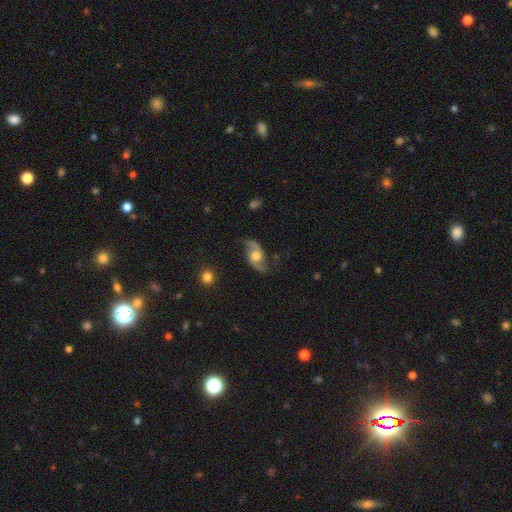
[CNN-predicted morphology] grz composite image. It shows a featured or disk galaxy (80%) with no bar (68%), 2 (92%) loose (59%) spiral arms (93%) and a moderate central bulge (71%). Merging: none (74%).